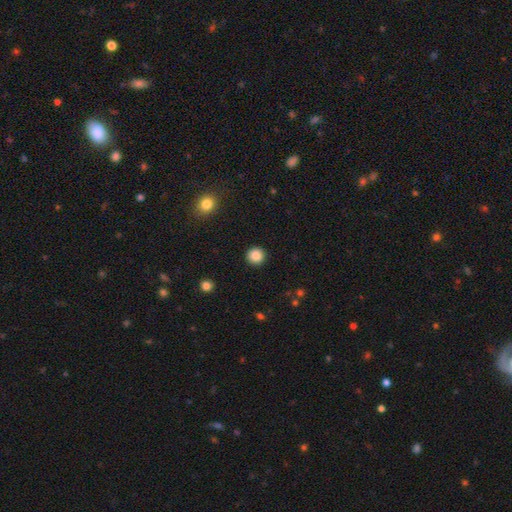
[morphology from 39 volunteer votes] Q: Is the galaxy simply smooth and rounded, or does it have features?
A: smooth — 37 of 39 (95%).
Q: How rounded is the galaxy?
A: round — 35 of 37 (95%).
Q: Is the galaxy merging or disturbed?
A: none — 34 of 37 (92%).